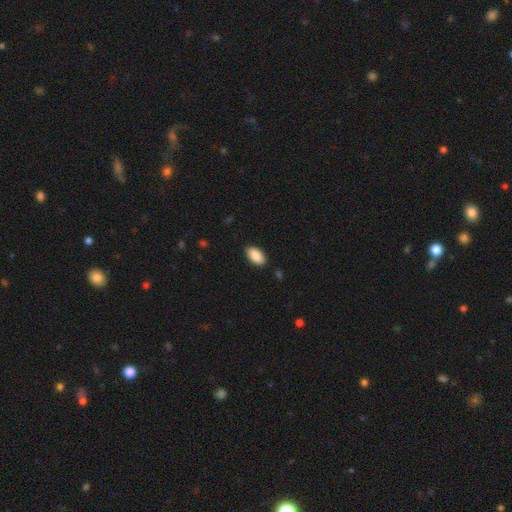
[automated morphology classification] A smooth galaxy with no disk features (89%) that is in between round and cigar-shaped (94%).

Vote fractions:
- Smooth or featured? smooth: 89% / star or artifact: 6% / featured or disk: 4%
- How rounded? in between: 94% / cigar-shaped: 3% / round: 3%
- Merging? none: 88% / minor disturbance: 9% / major disturbance: 2% / merger: 1%